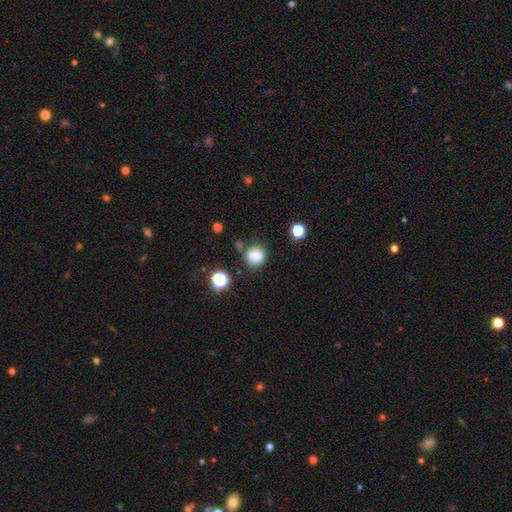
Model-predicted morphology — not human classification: smooth 80%, star or artifact 13%, featured or disk 7%. Down the decision tree: how rounded — round (78%); merging — none (73%).